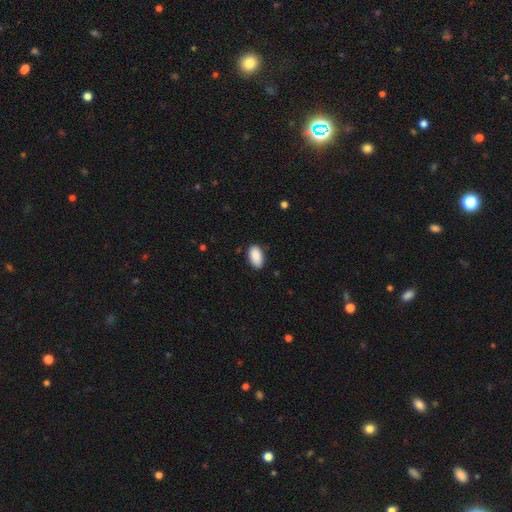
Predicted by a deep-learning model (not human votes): Smooth or featured? smooth (90%)
How rounded? in between (95%)
Merging? none (83%)